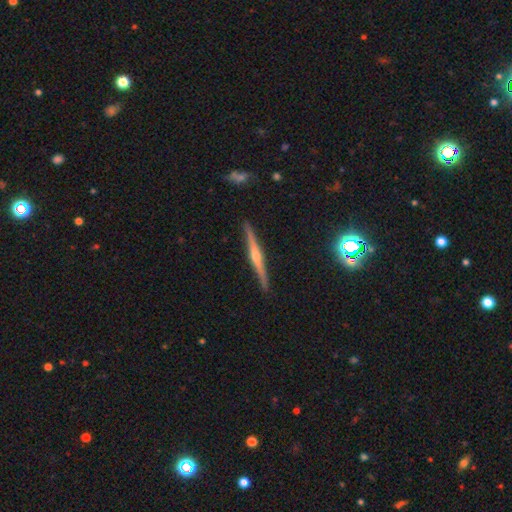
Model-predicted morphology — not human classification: This appears to be a featured or disk galaxy (79%) viewed edge-on (98%) with a rounded central bulge (86%). Merging: none (91%).